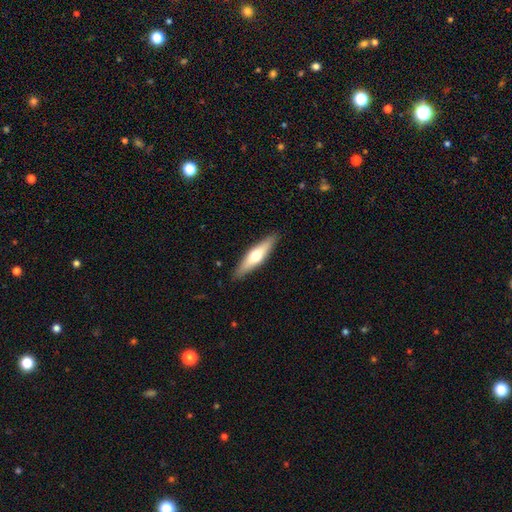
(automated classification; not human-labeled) Q: Smooth or featured?
A: smooth (50%); runner-up: featured or disk (45%)
Q: Merging?
A: none (89%); runner-up: minor disturbance (8%)